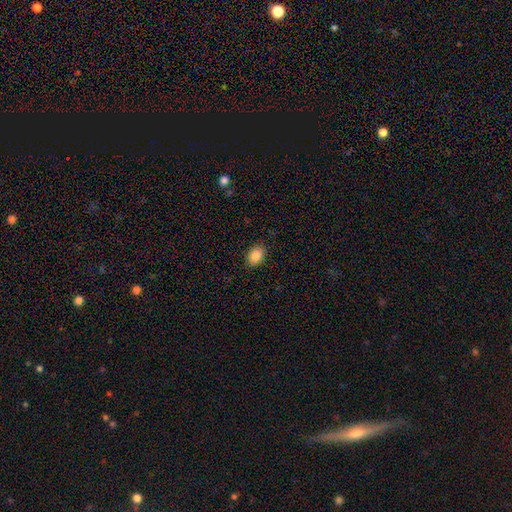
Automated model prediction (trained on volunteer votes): A smooth galaxy with no disk features (88%) that is in between round and cigar-shaped (83%).

Vote fractions:
- Smooth or featured? smooth: 88% / star or artifact: 8% / featured or disk: 4%
- How rounded? in between: 83% / round: 16% / cigar-shaped: 1%
- Merging? none: 87% / minor disturbance: 9% / major disturbance: 2% / merger: 1%